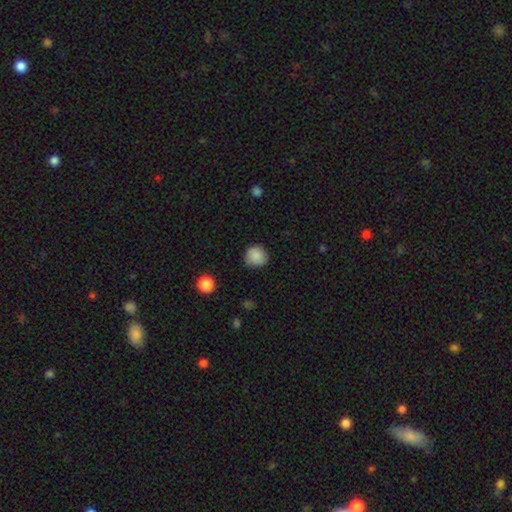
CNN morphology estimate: Q: Smooth or featured?
A: smooth (85%); runner-up: star or artifact (8%)
Q: How rounded?
A: round (88%); runner-up: in between (11%)
Q: Merging?
A: none (81%); runner-up: minor disturbance (14%)